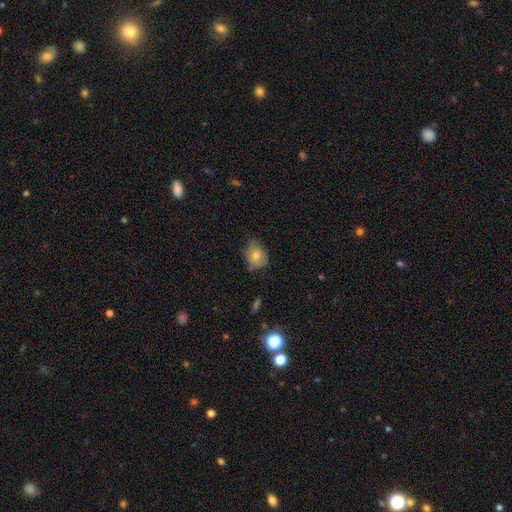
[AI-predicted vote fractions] This is likely a smooth galaxy (70%). How rounded: likely in between (65%). Merging: possibly none (56%).